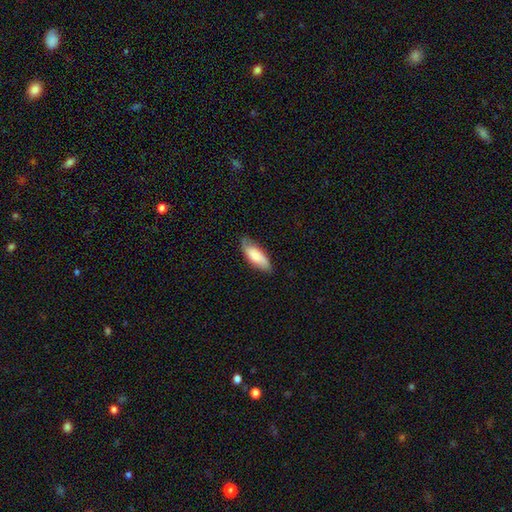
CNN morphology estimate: Q: Smooth or featured?
A: smooth (78%); runner-up: featured or disk (16%)
Q: How rounded?
A: in between (70%); runner-up: cigar-shaped (28%)
Q: Merging?
A: none (75%); runner-up: minor disturbance (21%)